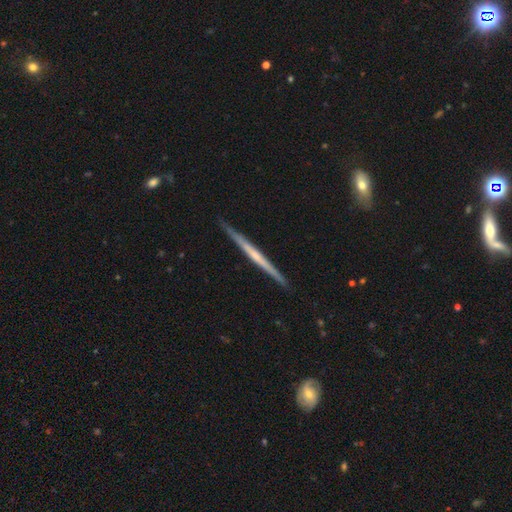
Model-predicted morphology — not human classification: This appears to be a featured or disk galaxy (69%) viewed edge-on (98%) with no central bulge (66%). Merging: none (90%).